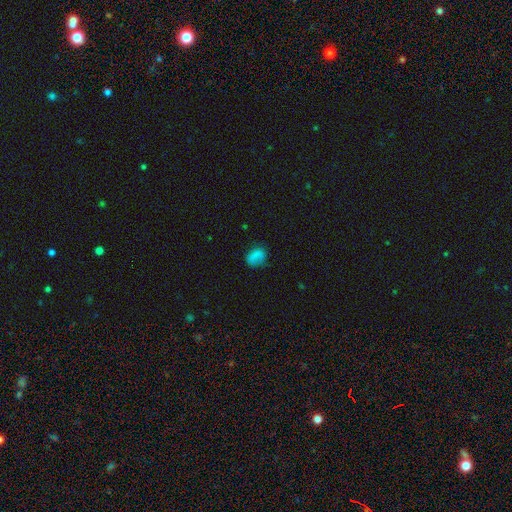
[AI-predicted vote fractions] Morphology: type=smooth (75%); roundness=in between (63%); merging=none (59%).